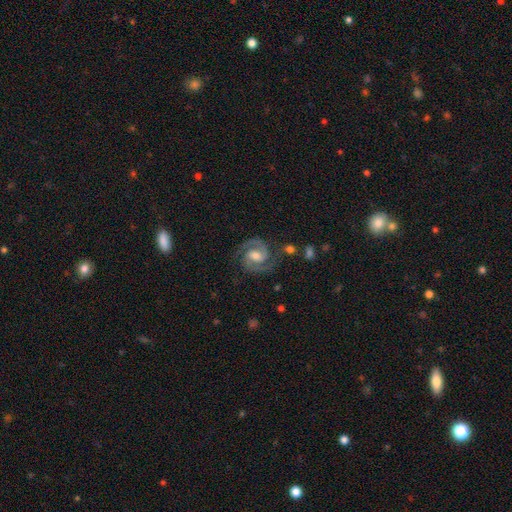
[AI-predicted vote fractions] Smooth or featured? featured or disk (91%)
Edge-on disk? no (98%)
Bar? weak (50%)
Spiral arms? yes (98%)
Spiral winding? medium (54%)
Spiral arm count? 2 (94%)
Bulge size? moderate (63%)
Merging? none (82%)